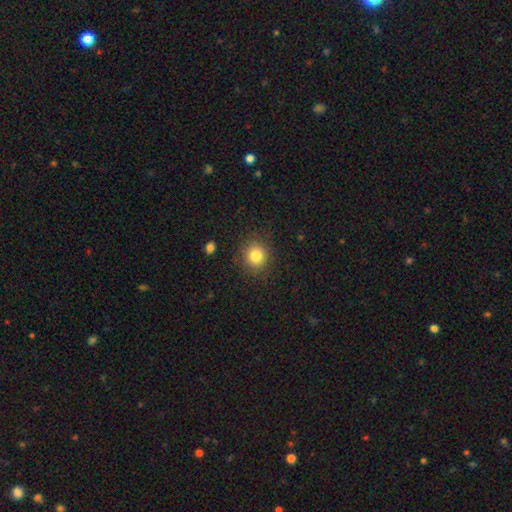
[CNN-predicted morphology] type=smooth (82%); roundness=round (88%); merging=none (88%).